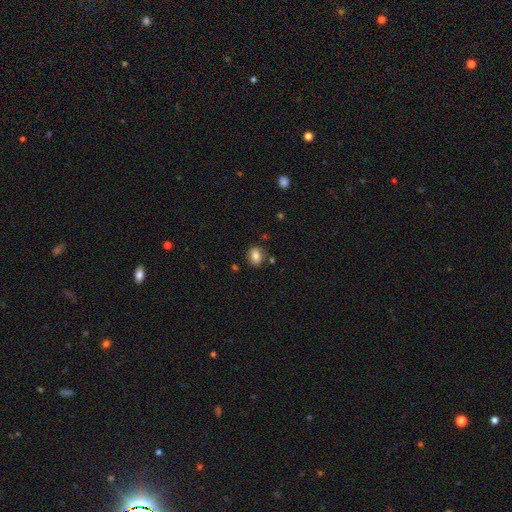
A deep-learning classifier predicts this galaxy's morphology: Smooth or featured? smooth (80%)
How rounded? round (57%)
Merging? none (80%)